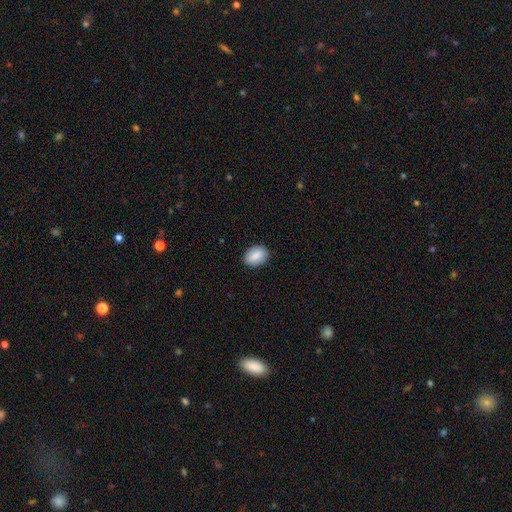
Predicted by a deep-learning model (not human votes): Overall: smooth (84%). How rounded: in between (80%). Merging: none (87%).